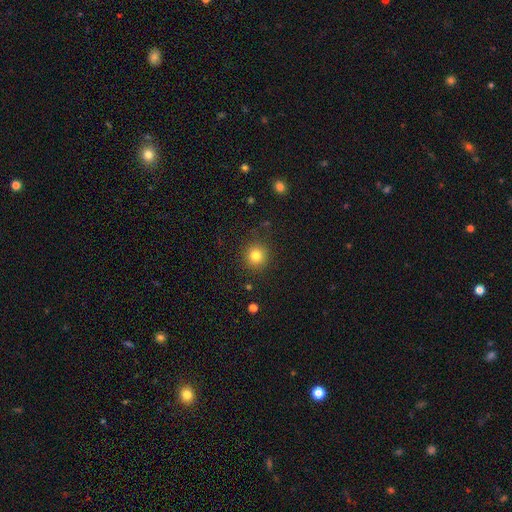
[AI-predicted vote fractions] The model was most divided on "smooth or featured": smooth: 82%, star or artifact: 12%, featured or disk: 6%. More confident: how rounded — round (93%); merging — none (89%).